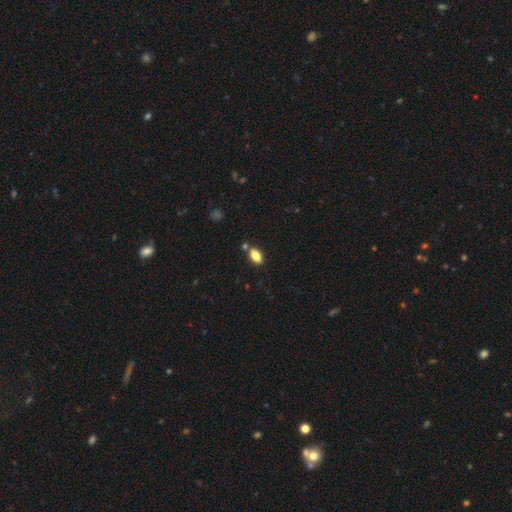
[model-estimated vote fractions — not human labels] Q: Smooth or featured?
A: smooth (79%); runner-up: featured or disk (12%)
Q: How rounded?
A: in between (90%); runner-up: round (6%)
Q: Merging?
A: none (76%); runner-up: minor disturbance (11%)